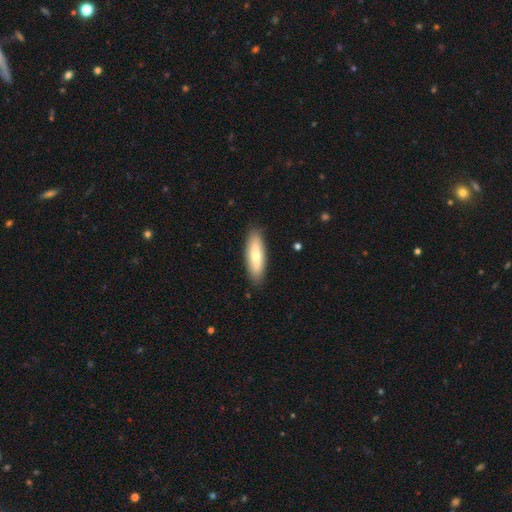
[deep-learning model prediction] Morphology: type=smooth (65%); roundness=cigar-shaped (50%); merging=none (88%).